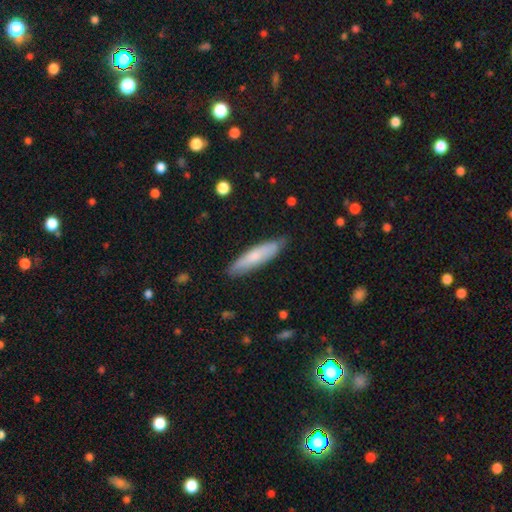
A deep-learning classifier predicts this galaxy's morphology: Smooth or featured? smooth (71%)
How rounded? cigar-shaped (78%)
Merging? none (84%)